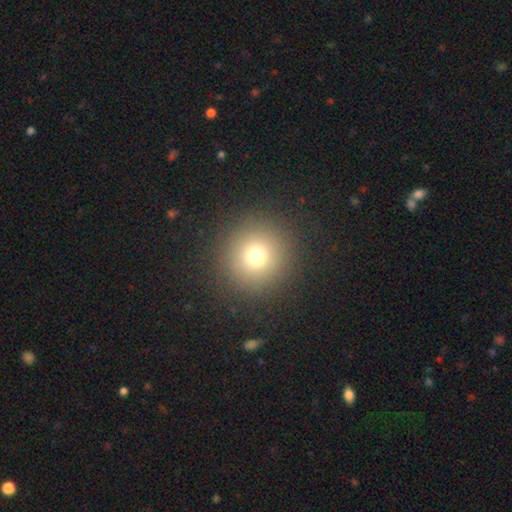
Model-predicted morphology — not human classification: smooth-or-featured: smooth: 74% | star or artifact: 16% | featured or disk: 10%
  how-rounded: round: 95% | in between: 4% | cigar-shaped: 1%
  merging: none: 90% | minor disturbance: 5% | major disturbance: 3% | merger: 1%